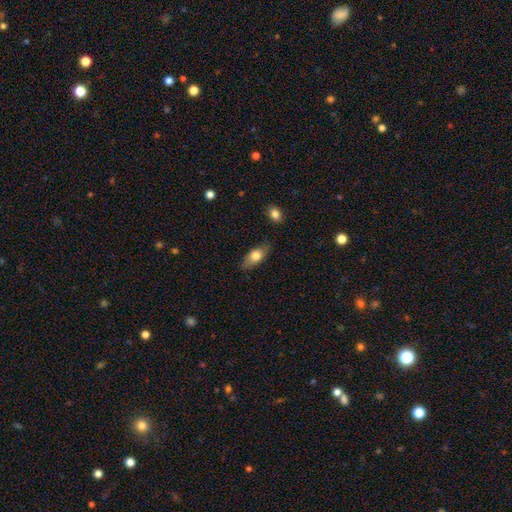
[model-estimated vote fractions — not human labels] Q: Smooth or featured?
A: smooth (71%); runner-up: featured or disk (22%)
Q: How rounded?
A: in between (81%); runner-up: cigar-shaped (14%)
Q: Merging?
A: none (80%); runner-up: minor disturbance (15%)